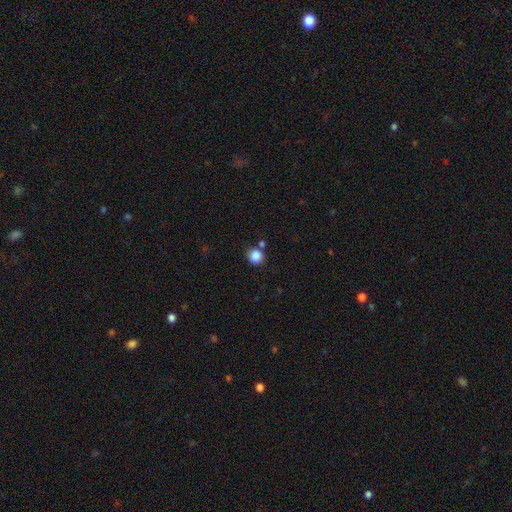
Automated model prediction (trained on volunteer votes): This appears to be a smooth galaxy with no disk features (86%) that is round (90%). Merging: none (74%).